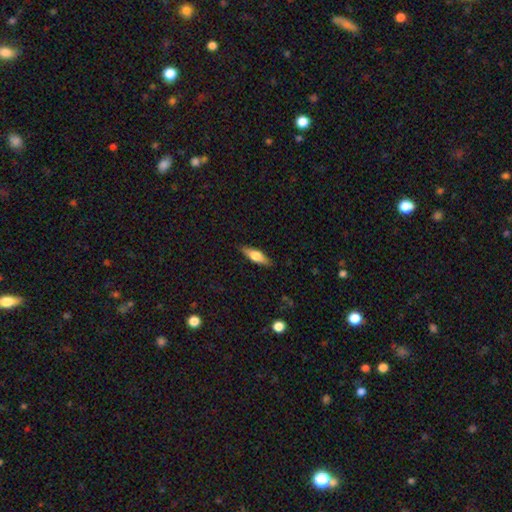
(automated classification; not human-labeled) Smooth or featured? Predicted: smooth (p=0.58). How rounded? Predicted: in between (p=0.49). Merging? Predicted: none (p=0.85).